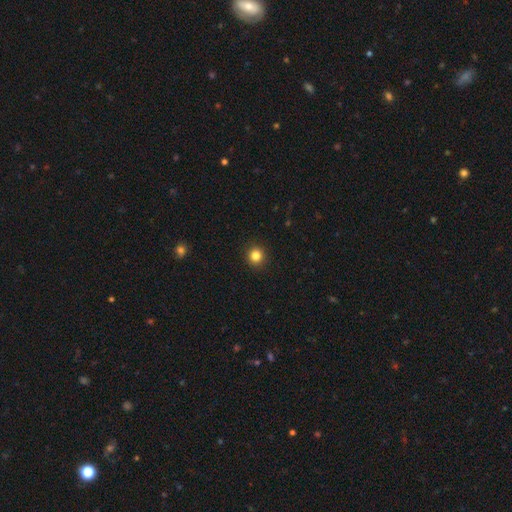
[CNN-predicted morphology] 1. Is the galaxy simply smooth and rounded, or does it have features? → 83% smooth, 12% star or artifact, 5% featured or disk.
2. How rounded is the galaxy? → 93% round, 6% in between, 1% cigar-shaped.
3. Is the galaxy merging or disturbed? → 93% none, 5% minor disturbance, 2% major disturbance, 1% merger.